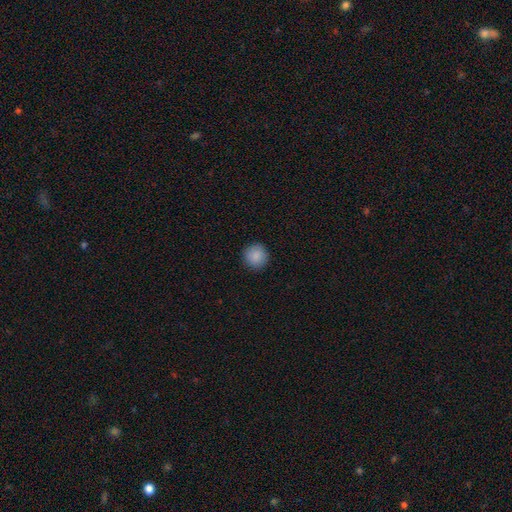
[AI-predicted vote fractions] The model was most divided on "smooth or featured": smooth: 88%, star or artifact: 8%, featured or disk: 3%. More confident: how rounded — round (94%); merging — none (92%).